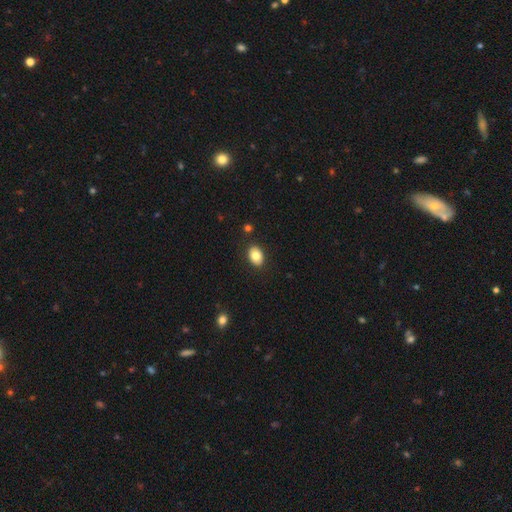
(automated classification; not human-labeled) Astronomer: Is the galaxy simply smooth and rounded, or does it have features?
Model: smooth — 82%.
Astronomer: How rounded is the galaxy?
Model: in between — 80%.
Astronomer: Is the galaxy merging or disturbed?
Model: none — 88%.